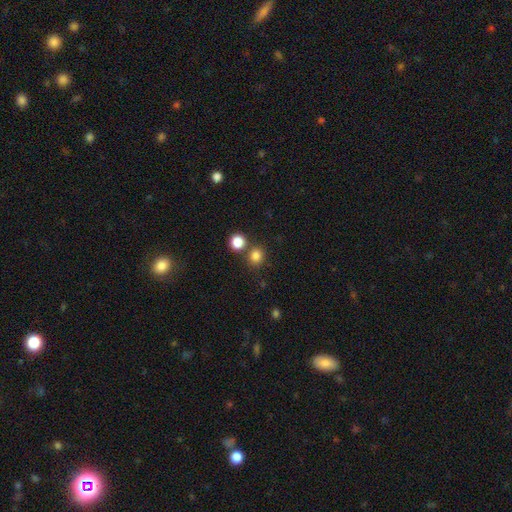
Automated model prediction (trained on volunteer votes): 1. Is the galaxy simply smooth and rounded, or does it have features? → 81% smooth, 14% star or artifact, 5% featured or disk.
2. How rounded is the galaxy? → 85% round, 14% in between, 1% cigar-shaped.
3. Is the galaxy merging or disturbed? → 73% none, 17% merger, 8% minor disturbance, 3% major disturbance.